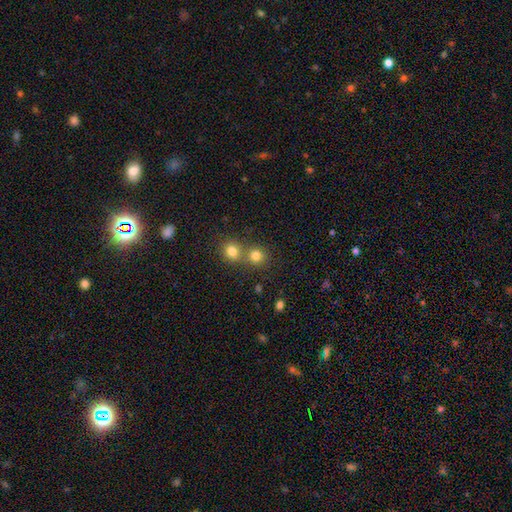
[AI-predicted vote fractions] Q: Smooth or featured?
A: smooth (80%); runner-up: star or artifact (14%)
Q: How rounded?
A: round (87%); runner-up: in between (12%)
Q: Merging?
A: none (53%); runner-up: merger (39%)